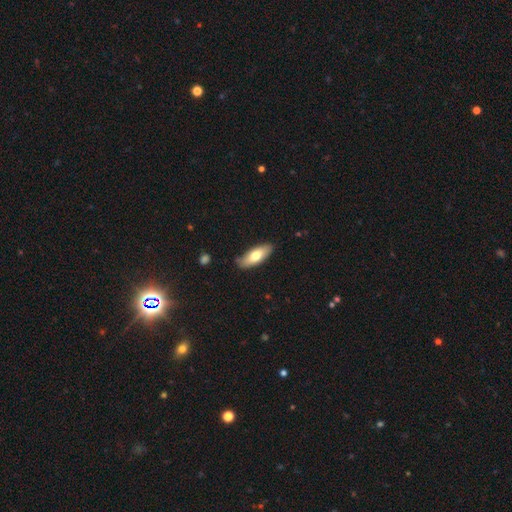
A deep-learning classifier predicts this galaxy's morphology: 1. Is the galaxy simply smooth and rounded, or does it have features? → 72% smooth, 22% featured or disk, 6% star or artifact.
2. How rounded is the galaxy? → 74% in between, 24% cigar-shaped, 2% round.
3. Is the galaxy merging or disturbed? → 81% none, 15% minor disturbance, 2% major disturbance, 2% merger.